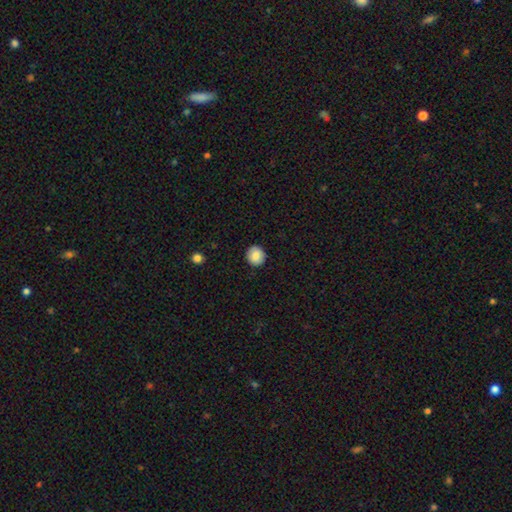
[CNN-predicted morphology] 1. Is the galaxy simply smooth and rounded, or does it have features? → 84% smooth, 8% star or artifact, 8% featured or disk.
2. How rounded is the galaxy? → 90% round, 9% in between, 1% cigar-shaped.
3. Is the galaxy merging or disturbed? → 91% none, 6% minor disturbance, 2% major disturbance, 1% merger.